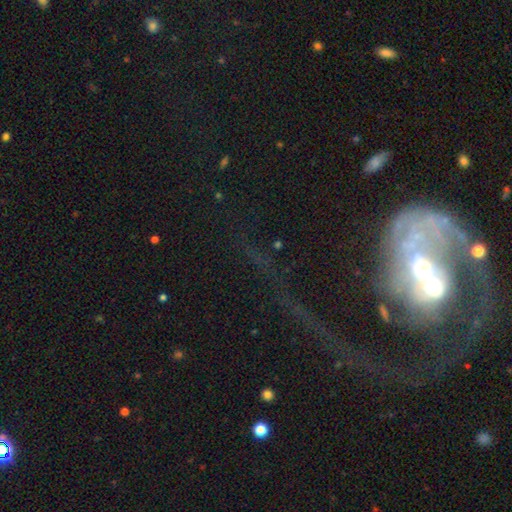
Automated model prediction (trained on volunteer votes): This is possibly a featured or disk galaxy (56%). It is clearly not viewed edge-on (86%). Merging: marginally major disturbance (35%).